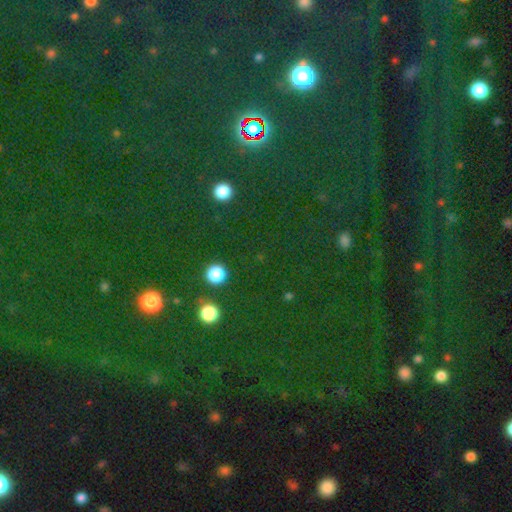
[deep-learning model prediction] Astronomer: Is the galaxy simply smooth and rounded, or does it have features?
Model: star or artifact — 79%.